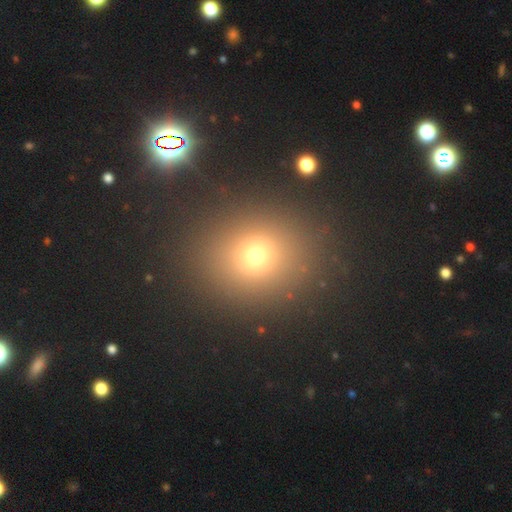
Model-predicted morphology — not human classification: Smooth or featured? smooth (65%)
How rounded? round (75%)
Merging? none (88%)